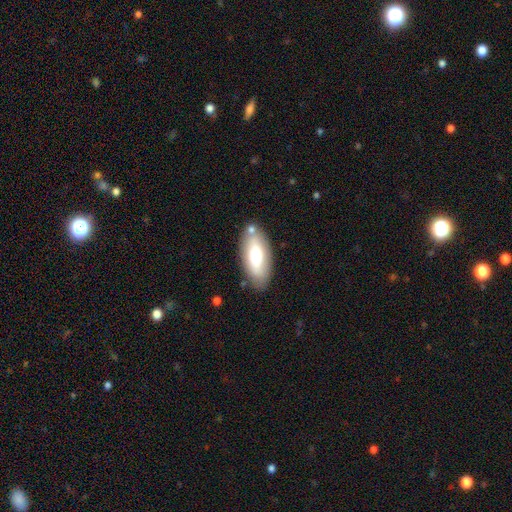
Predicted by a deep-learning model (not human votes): The model was most divided on "smooth or featured": smooth: 65%, featured or disk: 29%, star or artifact: 7%. More confident: how rounded — in between (85%); merging — none (76%).